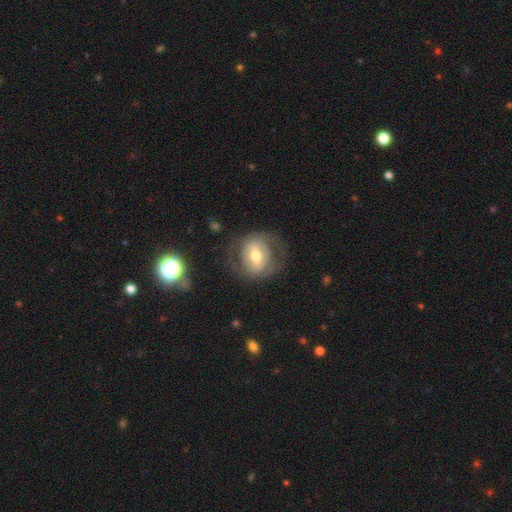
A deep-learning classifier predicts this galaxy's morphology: Smooth or featured? Predicted: featured or disk (p=0.54). Edge-on disk? Predicted: no (p=0.95). Bar? Predicted: weak (p=0.36, tied with no). Spiral arms? Predicted: no (p=0.58). Bulge size? Predicted: moderate (p=0.70). Merging? Predicted: none (p=0.68).